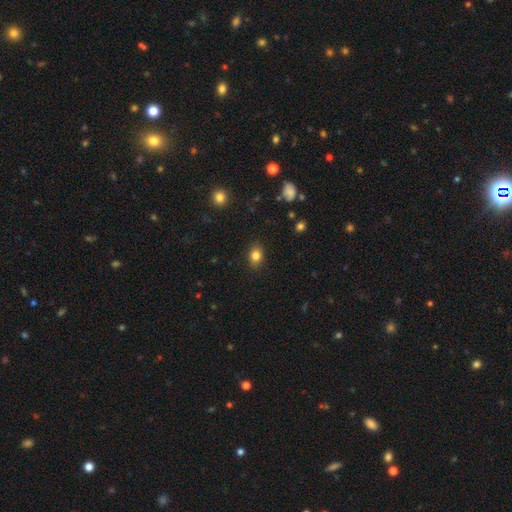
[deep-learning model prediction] smooth-or-featured: smooth: 83% | star or artifact: 11% | featured or disk: 6%
  how-rounded: in between: 62% | round: 36% | cigar-shaped: 1%
  merging: none: 87% | minor disturbance: 9% | major disturbance: 2% | merger: 1%